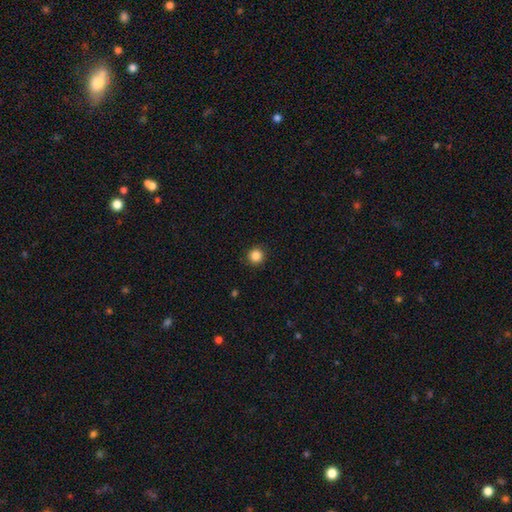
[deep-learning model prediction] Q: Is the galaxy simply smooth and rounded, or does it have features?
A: smooth — 86%.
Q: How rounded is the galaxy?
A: round — 94%.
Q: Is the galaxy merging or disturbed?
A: none — 91%.